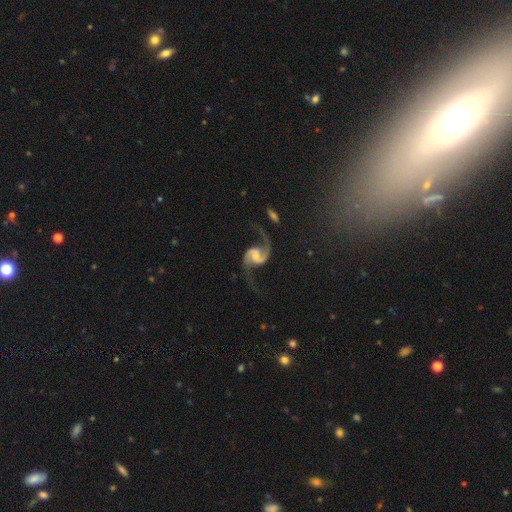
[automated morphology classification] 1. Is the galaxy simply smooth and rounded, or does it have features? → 92% featured or disk, 5% star or artifact, 3% smooth.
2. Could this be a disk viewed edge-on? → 98% no, 2% yes.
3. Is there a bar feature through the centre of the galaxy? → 43% no, 42% weak, 15% strong.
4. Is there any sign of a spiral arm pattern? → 98% yes, 2% no.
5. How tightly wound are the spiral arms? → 64% loose, 30% medium, 5% tight.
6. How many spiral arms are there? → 94% 2, 2% 1, 1% can't tell, 1% 3, 1% 4, 1% more than 4.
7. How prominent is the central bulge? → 48% small, 33% moderate, 12% none, 5% large, 2% dominant.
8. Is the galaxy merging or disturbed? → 69% none, 14% minor disturbance, 13% major disturbance, 3% merger.